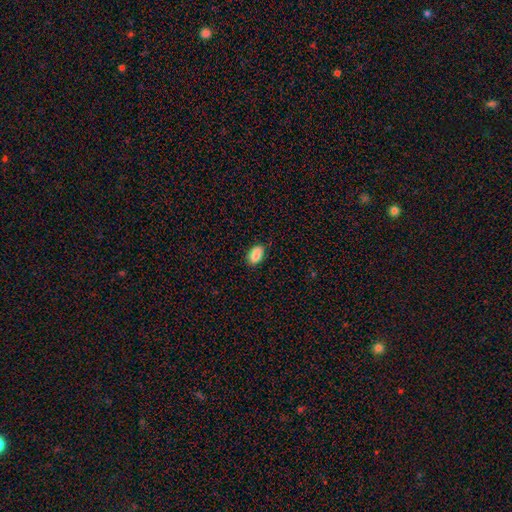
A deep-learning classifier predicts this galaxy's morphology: smooth-or-featured: smooth: 89% | star or artifact: 7% | featured or disk: 4%
  how-rounded: in between: 92% | round: 5% | cigar-shaped: 2%
  merging: none: 86% | minor disturbance: 11% | major disturbance: 2% | merger: 1%